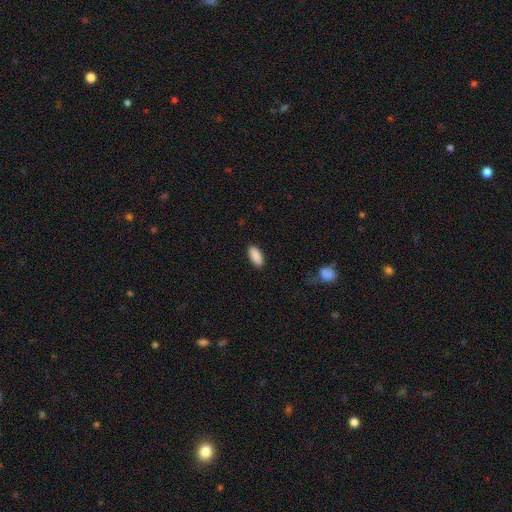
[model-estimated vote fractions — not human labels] Smooth or featured? Predicted: smooth (p=0.90). How rounded? Predicted: in between (p=0.88). Merging? Predicted: none (p=0.88).